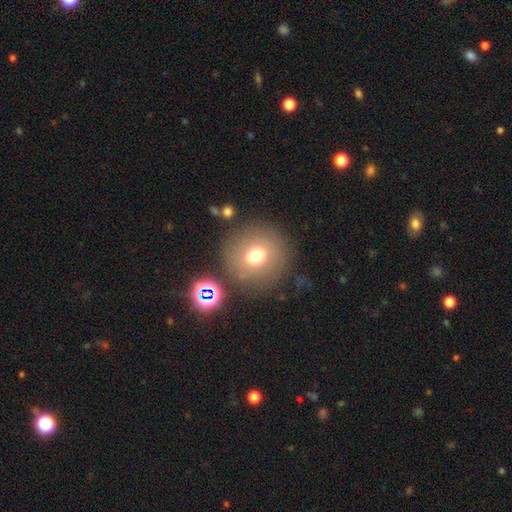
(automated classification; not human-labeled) Smooth or featured? Predicted: smooth (p=0.70). How rounded? Predicted: round (p=0.89). Merging? Predicted: none (p=0.78).